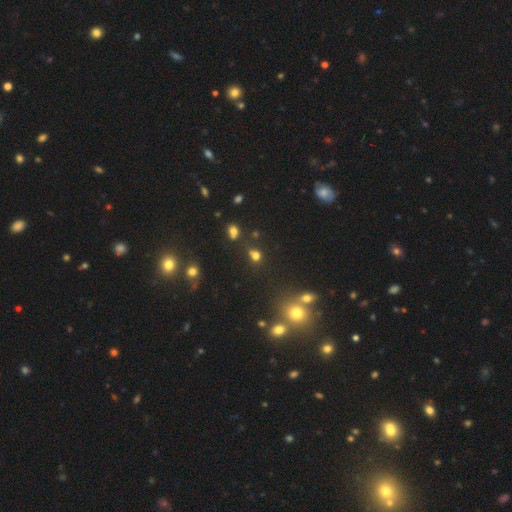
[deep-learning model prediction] This is likely a smooth galaxy (67%). How rounded: likely round (70%). Merging: likely none (64%).